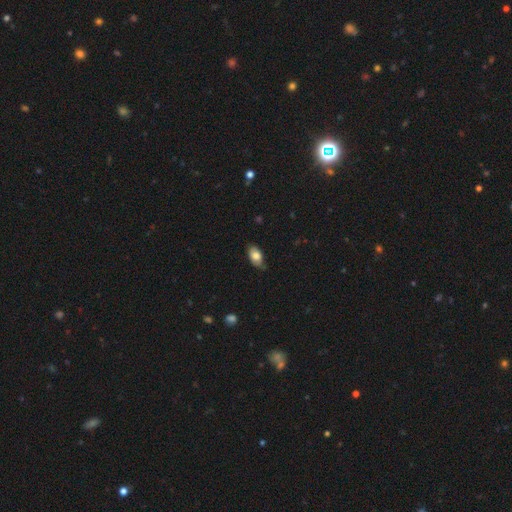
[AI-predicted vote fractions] Q: Smooth or featured?
A: smooth (77%); runner-up: featured or disk (16%)
Q: How rounded?
A: in between (91%); runner-up: round (6%)
Q: Merging?
A: none (68%); runner-up: minor disturbance (26%)